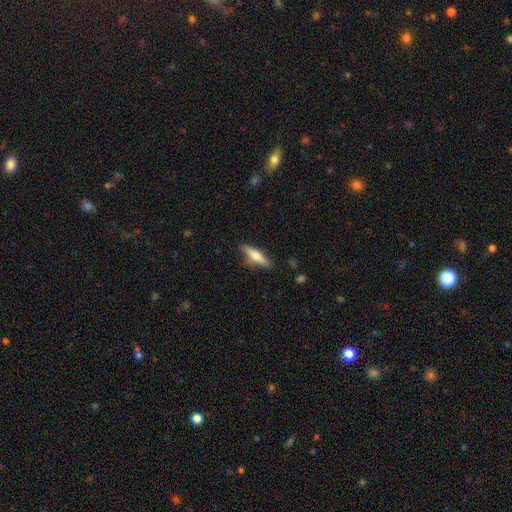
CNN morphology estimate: Smooth or featured? smooth (62%)
How rounded? cigar-shaped (75%)
Merging? none (82%)